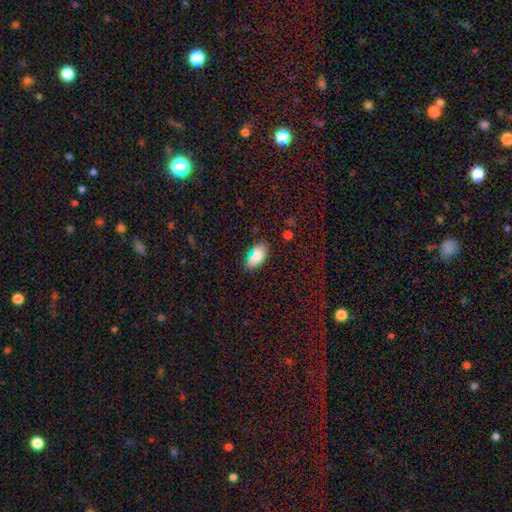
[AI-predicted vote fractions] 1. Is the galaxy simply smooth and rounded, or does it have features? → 80% smooth, 12% star or artifact, 8% featured or disk.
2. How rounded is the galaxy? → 91% in between, 5% round, 4% cigar-shaped.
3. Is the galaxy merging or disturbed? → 76% none, 16% minor disturbance, 4% major disturbance, 4% merger.